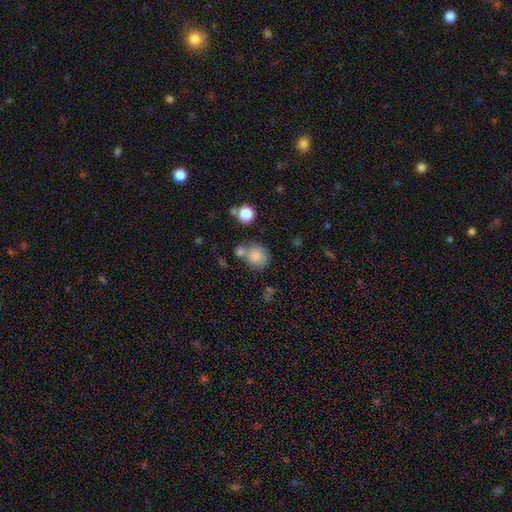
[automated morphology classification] smooth_or_featured: smooth (p=0.80) [alt: star or artifact p=0.11]
how_rounded: round (p=0.83) [alt: in between p=0.16]
merging: none (p=0.58) [alt: merger p=0.25]